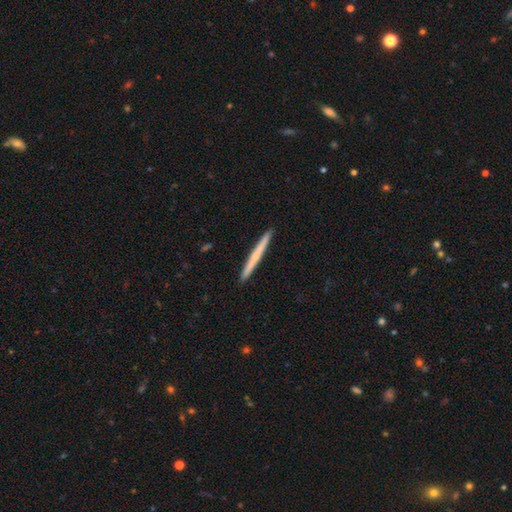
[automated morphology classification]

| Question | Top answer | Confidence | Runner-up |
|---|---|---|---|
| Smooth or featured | smooth | 55% | featured or disk (40%) |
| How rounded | cigar-shaped | 97% | in between (1%) |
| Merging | none | 93% | minor disturbance (4%) |